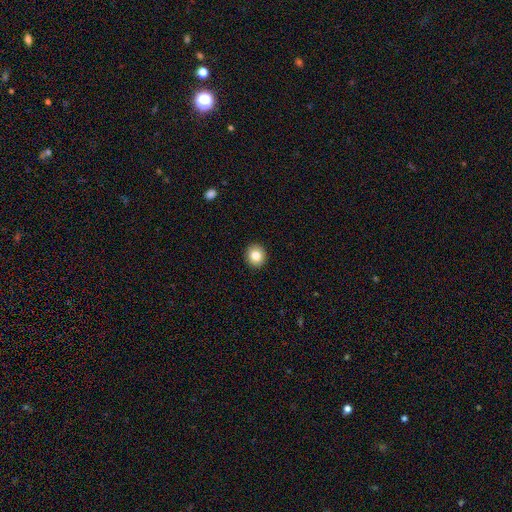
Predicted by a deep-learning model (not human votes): smooth-or-featured: smooth: 83% | star or artifact: 9% | featured or disk: 7%
  how-rounded: round: 85% | in between: 14% | cigar-shaped: 1%
  merging: none: 93% | minor disturbance: 5% | major disturbance: 1% | merger: 1%